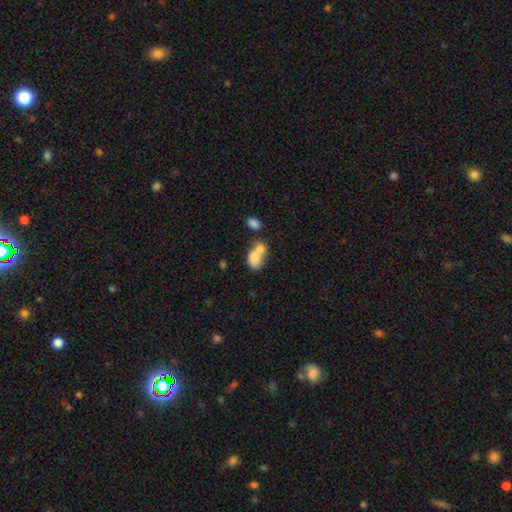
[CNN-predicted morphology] A smooth galaxy with no disk features (75%) that is in between round and cigar-shaped (77%). Merging: merger (71%).